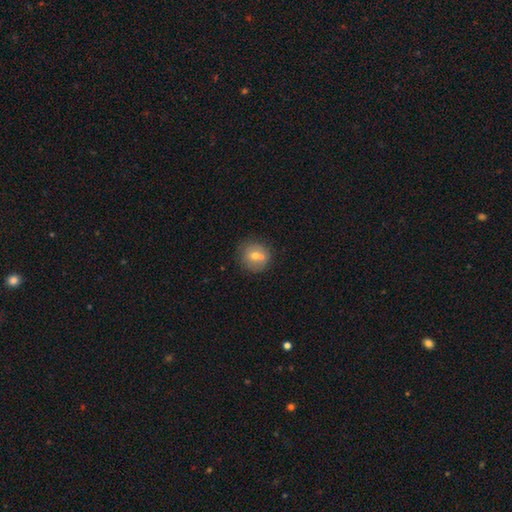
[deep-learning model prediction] A smooth galaxy with no disk features (66%) that is round (88%).

Vote fractions:
- Smooth or featured? smooth: 66% / featured or disk: 25% / star or artifact: 9%
- How rounded? round: 88% / in between: 11% / cigar-shaped: 1%
- Merging? none: 56% / merger: 30% / minor disturbance: 11% / major disturbance: 3%